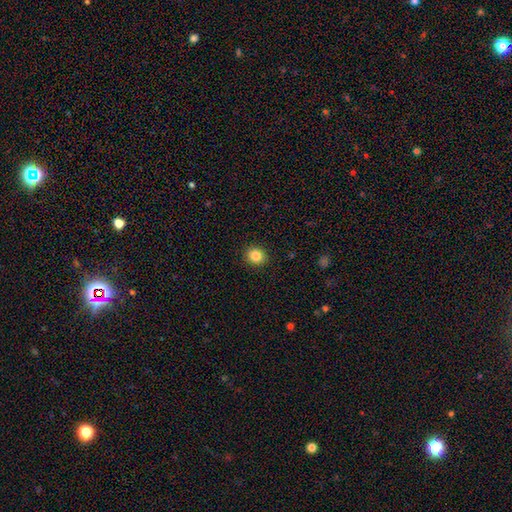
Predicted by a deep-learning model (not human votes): Morphology: type=smooth (86%); roundness=round (81%); merging=none (91%).